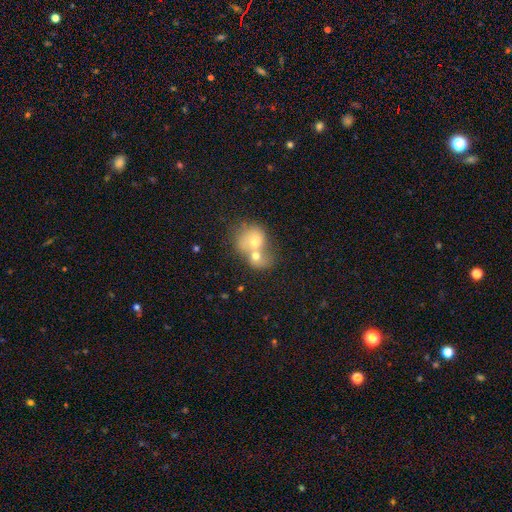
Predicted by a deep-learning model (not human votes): Smooth or featured: smooth — 62% (featured or disk — 29%)
How rounded: round — 61% (in between — 38%)
Merging: merger — 79% (none — 12%)